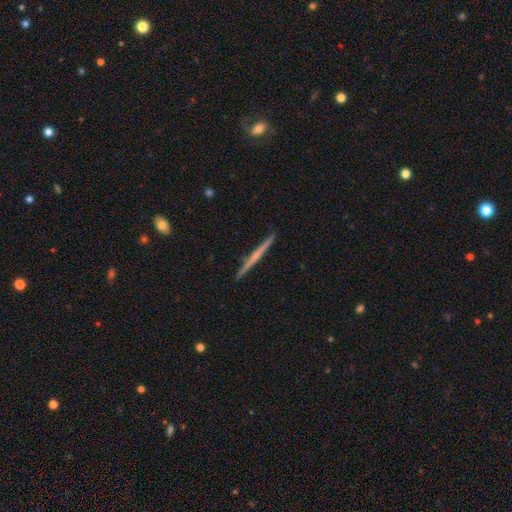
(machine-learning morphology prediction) type=featured or disk (63%); edge-on=yes (98%); edge-on bulge=none (66%); merging=none (92%).